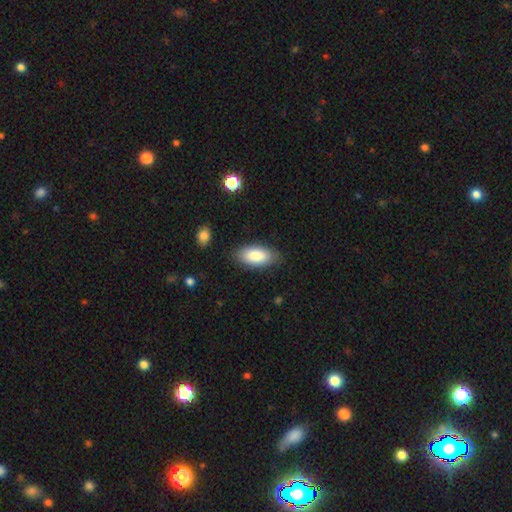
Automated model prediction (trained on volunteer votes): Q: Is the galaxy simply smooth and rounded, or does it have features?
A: smooth — 85%.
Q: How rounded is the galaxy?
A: in between — 91%.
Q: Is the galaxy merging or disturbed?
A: none — 83%.